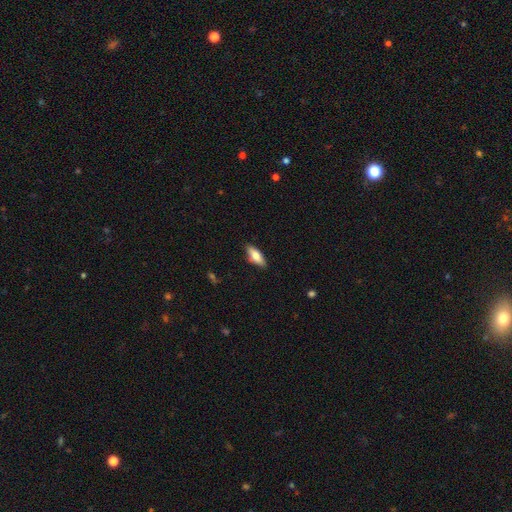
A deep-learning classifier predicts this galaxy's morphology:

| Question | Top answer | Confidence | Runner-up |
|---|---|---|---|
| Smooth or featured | smooth | 67% | featured or disk (26%) |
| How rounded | in between | 65% | cigar-shaped (33%) |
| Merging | none | 85% | minor disturbance (11%) |